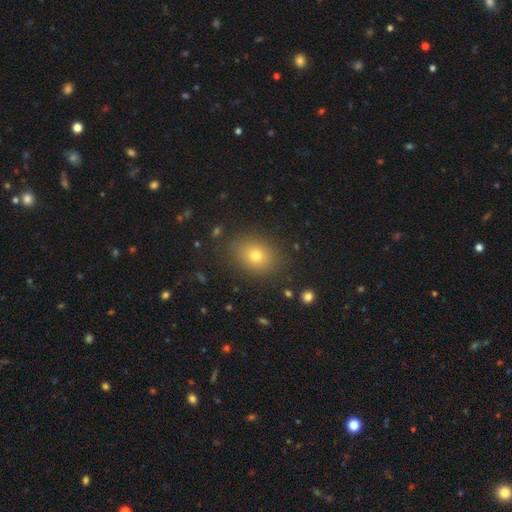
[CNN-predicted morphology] Smooth or featured? Predicted: smooth (p=0.74). How rounded? Predicted: in between (p=0.55). Merging? Predicted: none (p=0.86).